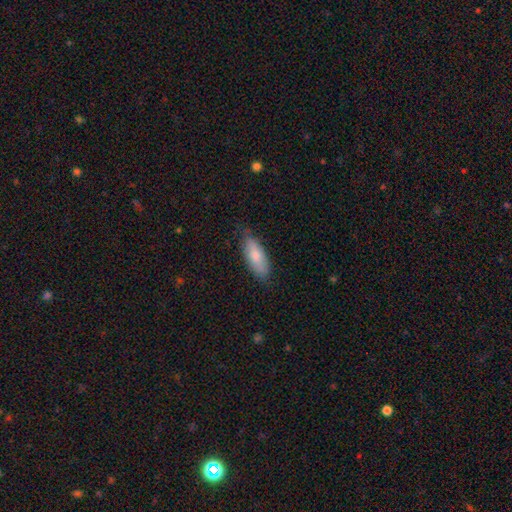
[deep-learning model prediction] Smooth or featured?
  - smooth: 78% *
  - featured or disk: 16%
  - star or artifact: 6%
How rounded?
  - in between: 74% *
  - cigar-shaped: 24%
  - round: 2%
Merging?
  - none: 75% *
  - minor disturbance: 20%
  - major disturbance: 4%
  - merger: 1%